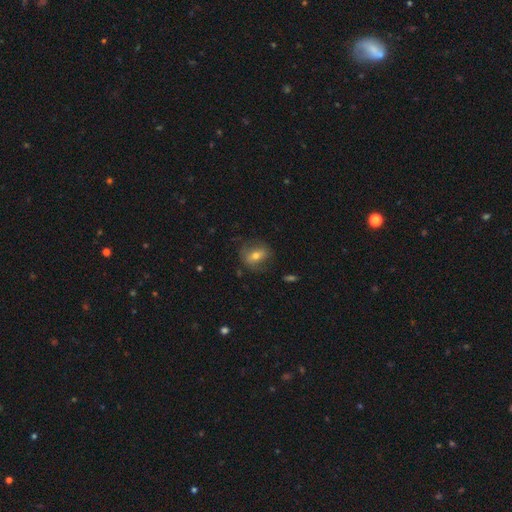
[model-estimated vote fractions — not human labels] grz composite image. It shows a smooth galaxy with no disk features (53%) that is in between round and cigar-shaped (52%). Merging: none (68%).